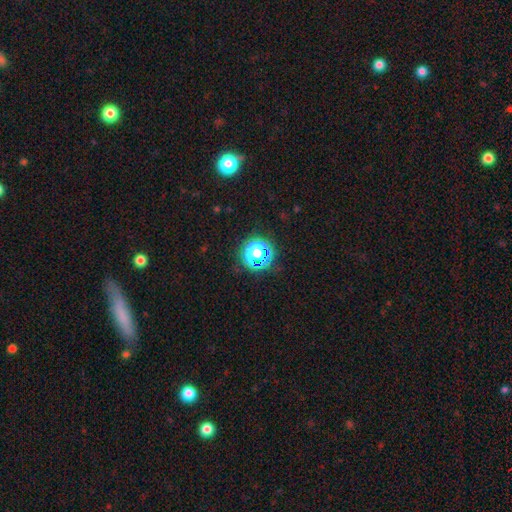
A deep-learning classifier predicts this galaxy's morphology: smooth 46%, star or artifact 45%, featured or disk 9%. Down the decision tree: merging — none (76%).